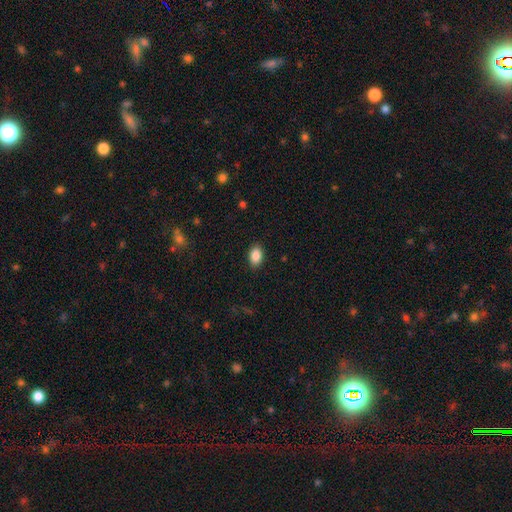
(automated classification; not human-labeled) A smooth galaxy with no disk features (88%) that is in between round and cigar-shaped (89%). Merging: none (88%).